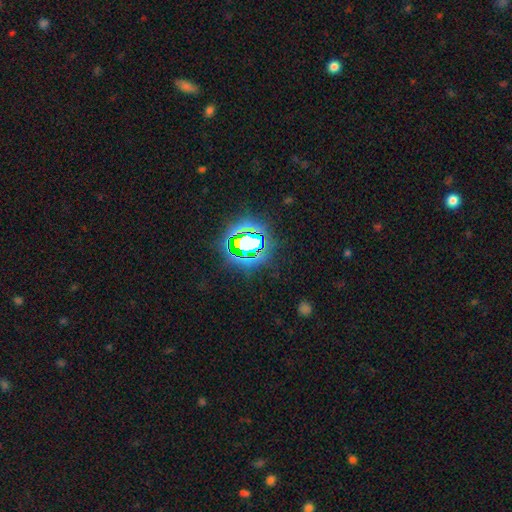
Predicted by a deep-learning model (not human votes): A star or artifact, not a galaxy (80%).

Vote fractions:
- Smooth or featured? star or artifact: 80% / smooth: 13% / featured or disk: 6%